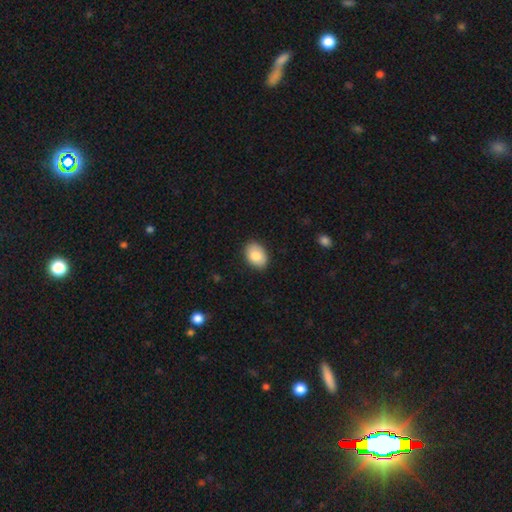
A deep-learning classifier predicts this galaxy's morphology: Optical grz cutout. It shows a smooth galaxy with no disk features (82%) that is in between round and cigar-shaped (80%). Merging: none (89%).